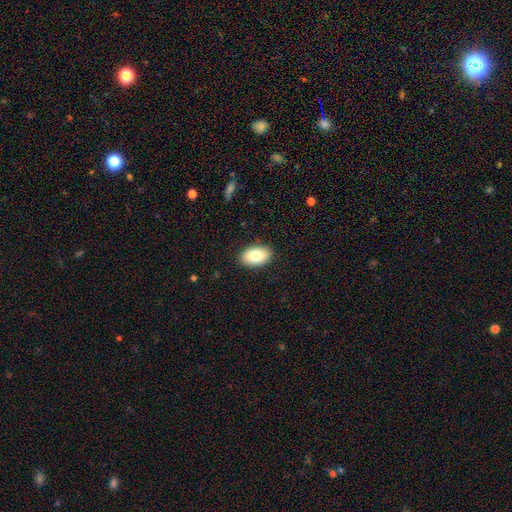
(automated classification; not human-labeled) This is clearly a smooth galaxy (82%). How rounded: clearly in between (92%). Merging: clearly none (89%).